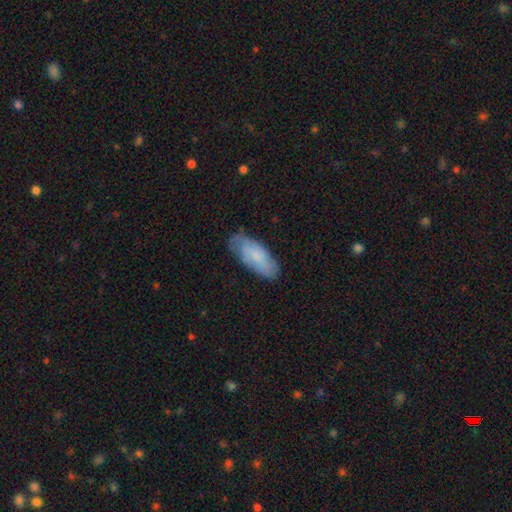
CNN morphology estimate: Overall: smooth (71%). How rounded: in between (79%). Merging: none (68%).